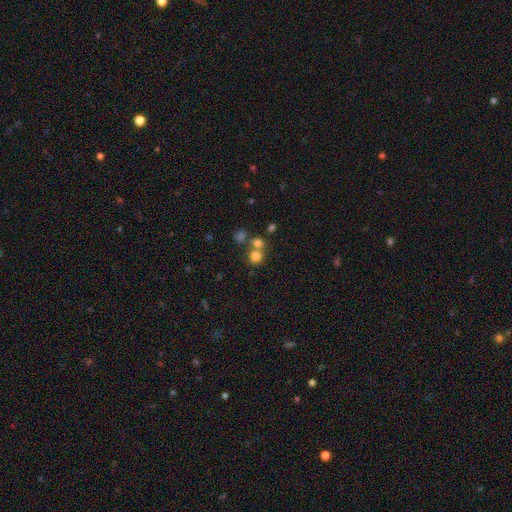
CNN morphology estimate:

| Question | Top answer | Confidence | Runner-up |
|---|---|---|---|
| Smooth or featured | smooth | 76% | star or artifact (15%) |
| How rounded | round | 88% | in between (11%) |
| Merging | none | 57% | merger (32%) |